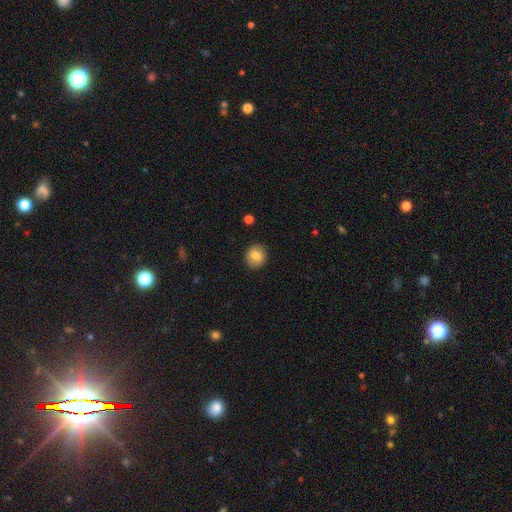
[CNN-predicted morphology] The model was most divided on "how rounded": round: 74%, in between: 25%, cigar-shaped: 1%. More confident: merging — none (86%); smooth or featured — smooth (80%).